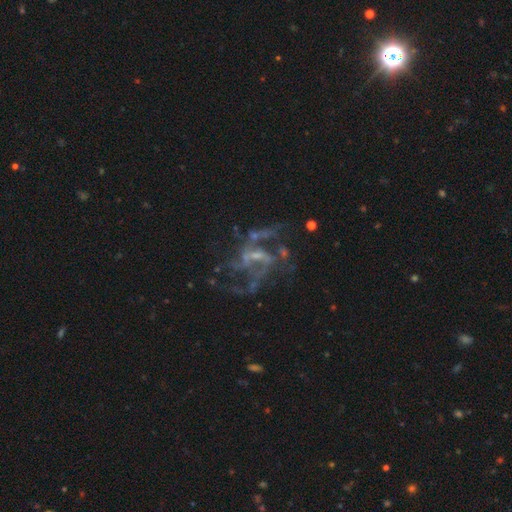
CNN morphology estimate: featured or disk 79%, star or artifact 15%, smooth 6%. Down the decision tree: edge-on disk — no (96%); bar — weak (44%); spiral arms — yes (81%); spiral arm count — 2 (38%); spiral winding — loose (52%); bulge size — small (51%); merging — none (50%).